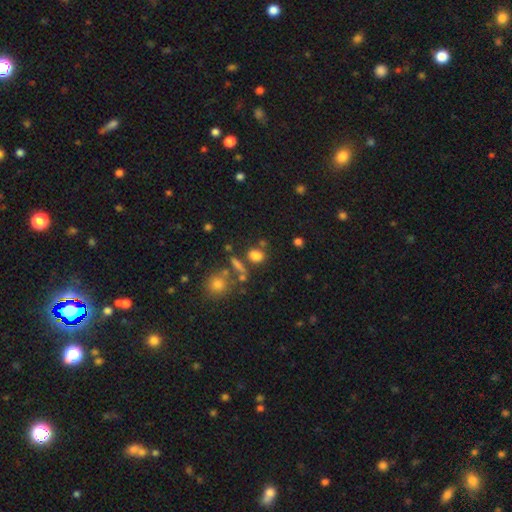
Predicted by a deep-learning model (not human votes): A smooth galaxy with no disk features (77%) that is in between round and cigar-shaped (54%).

Vote fractions:
- Smooth or featured? smooth: 77% / star or artifact: 16% / featured or disk: 7%
- How rounded? in between: 54% / round: 42% / cigar-shaped: 4%
- Merging? none: 66% / merger: 17% / minor disturbance: 12% / major disturbance: 6%